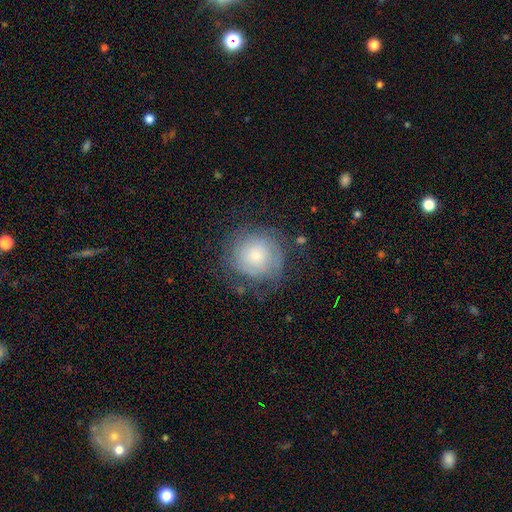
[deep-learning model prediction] Smooth or featured?
  - featured or disk: 48% *
  - smooth: 43%
  - star or artifact: 9%
Merging?
  - none: 67% *
  - minor disturbance: 19%
  - major disturbance: 12%
  - merger: 2%